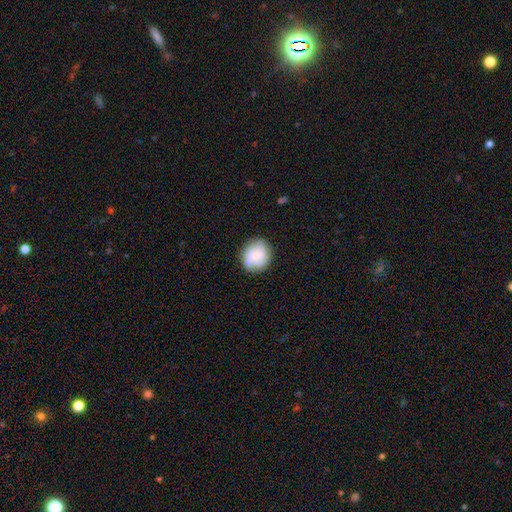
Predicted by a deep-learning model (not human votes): Smooth or featured? featured or disk (46%, tied with smooth)
Merging? none (77%)